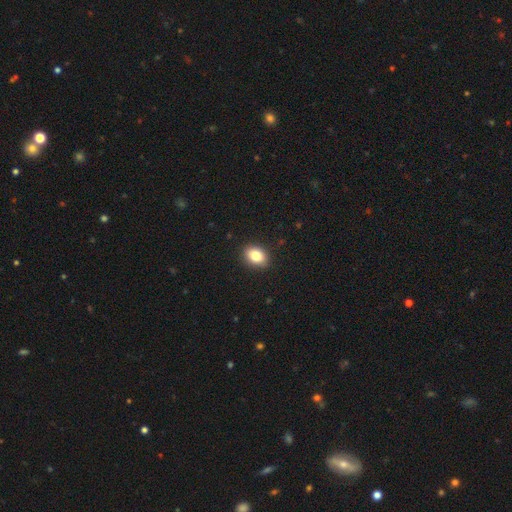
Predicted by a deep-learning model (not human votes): smooth-or-featured: smooth: 84% | star or artifact: 9% | featured or disk: 7%
  how-rounded: in between: 74% | round: 25% | cigar-shaped: 1%
  merging: none: 90% | minor disturbance: 7% | major disturbance: 2% | merger: 1%